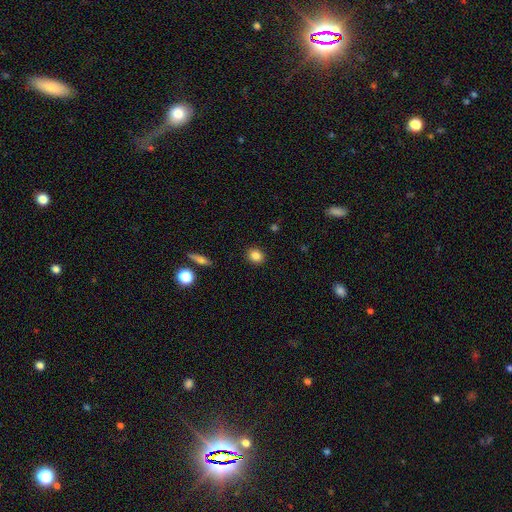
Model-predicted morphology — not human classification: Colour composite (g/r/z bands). It shows a smooth galaxy with no disk features (85%) that is round (68%). Merging: none (90%).